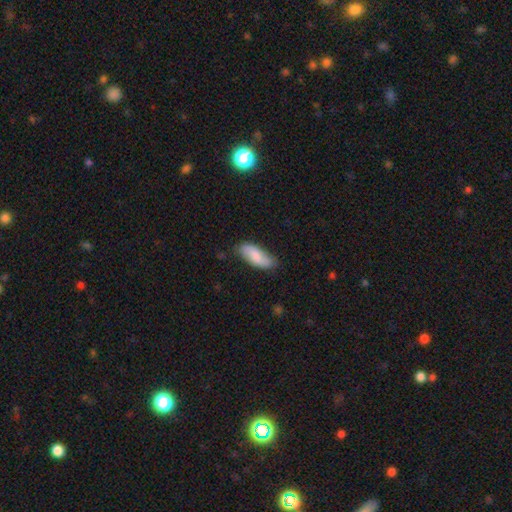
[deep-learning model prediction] This is likely a smooth galaxy (73%). How rounded: likely in between (78%). Merging: likely none (75%).